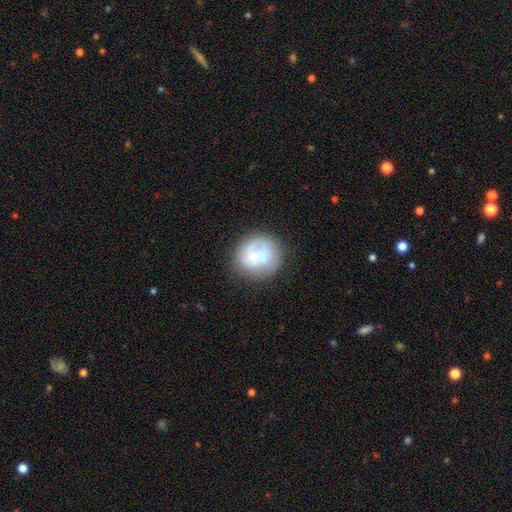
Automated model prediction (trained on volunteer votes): Smooth or featured? Predicted: smooth (p=0.47). Merging? Predicted: none (p=0.68).